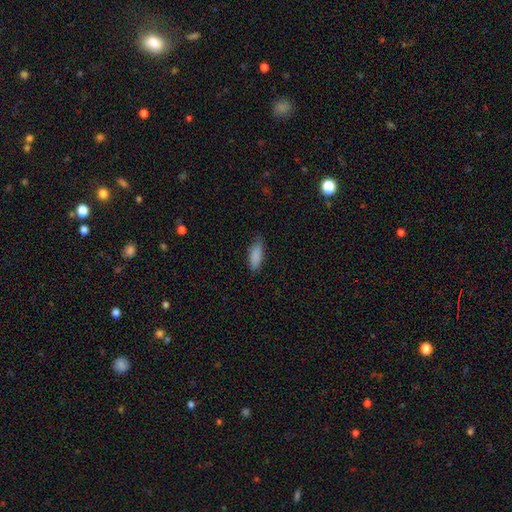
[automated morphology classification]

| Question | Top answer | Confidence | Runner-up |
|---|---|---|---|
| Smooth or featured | smooth | 88% | star or artifact (7%) |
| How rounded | in between | 68% | cigar-shaped (31%) |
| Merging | none | 76% | minor disturbance (19%) |